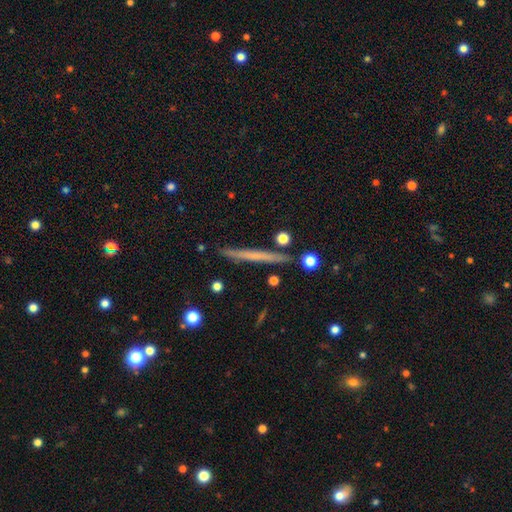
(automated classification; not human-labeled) A smooth galaxy with no disk features (46%, tied with featured or disk). Merging: none (89%).